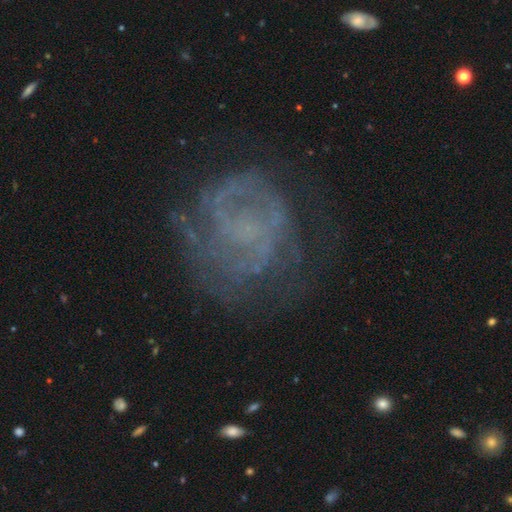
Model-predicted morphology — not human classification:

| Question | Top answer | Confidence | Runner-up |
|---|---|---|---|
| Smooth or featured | featured or disk | 75% | smooth (14%) |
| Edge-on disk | no | 98% | yes (2%) |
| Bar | no | 69% | weak (25%) |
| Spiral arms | yes | 79% | no (21%) |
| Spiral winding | tight | 47% | medium (36%) |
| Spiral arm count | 2 | 37% | can't tell (35%) |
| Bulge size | none | 64% | small (25%) |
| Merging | none | 63% | minor disturbance (18%) |